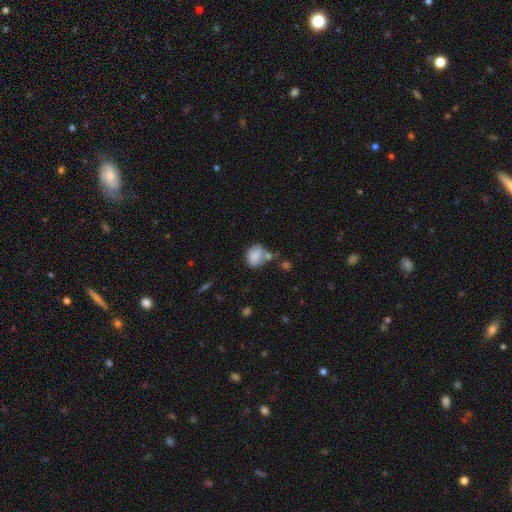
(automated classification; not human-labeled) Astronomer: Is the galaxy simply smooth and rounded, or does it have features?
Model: smooth — 82%.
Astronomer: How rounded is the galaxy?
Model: in between — 57% (runner-up: round, 42%).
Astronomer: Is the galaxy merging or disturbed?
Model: none — 48%.